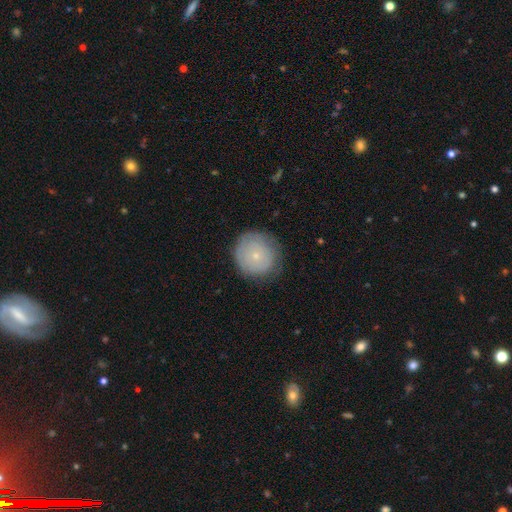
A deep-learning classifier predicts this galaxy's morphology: smooth 64%, featured or disk 28%, star or artifact 8%. Down the decision tree: how rounded — round (92%); merging — none (79%).